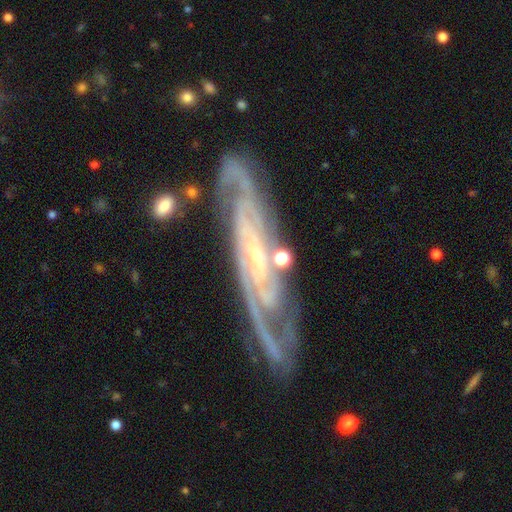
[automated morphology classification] Smooth or featured? featured or disk (90%)
Edge-on disk? no (84%)
Bar? weak (35%)
Spiral arms? yes (98%)
Spiral winding? tight (61%)
Spiral arm count? 2 (57%)
Bulge size? small (74%)
Merging? none (77%)